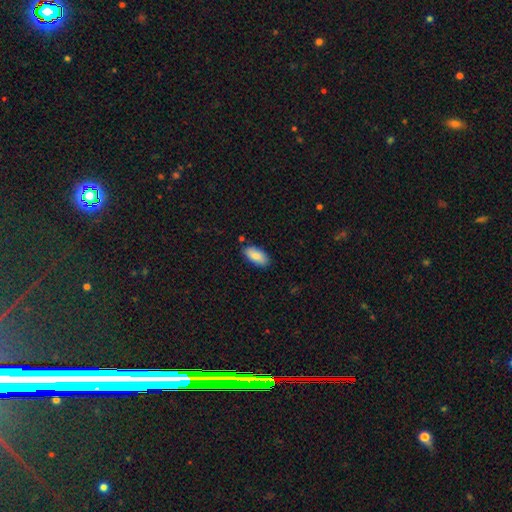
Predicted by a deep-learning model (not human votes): Morphology: type=smooth (86%); roundness=in between (89%); merging=none (84%).